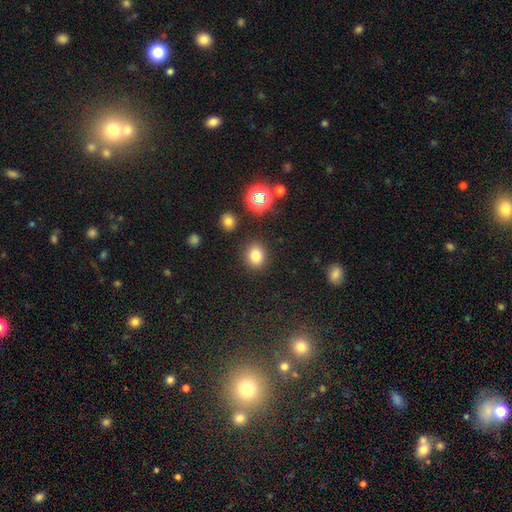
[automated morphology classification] Q: Smooth or featured?
A: smooth (79%); runner-up: star or artifact (15%)
Q: How rounded?
A: round (72%); runner-up: in between (27%)
Q: Merging?
A: none (87%); runner-up: minor disturbance (8%)